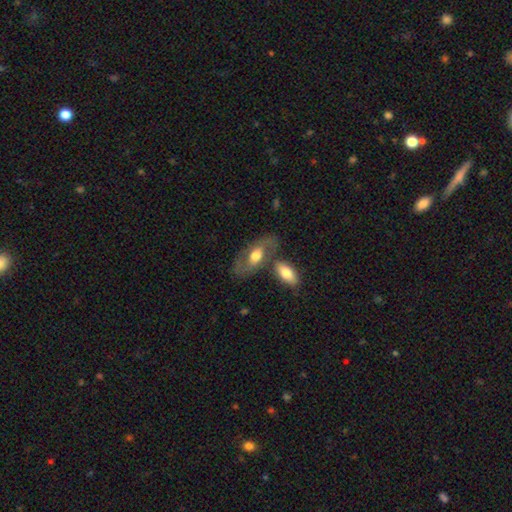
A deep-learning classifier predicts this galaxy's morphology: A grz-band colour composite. It shows a featured or disk galaxy (54%). Merging: none (57%).